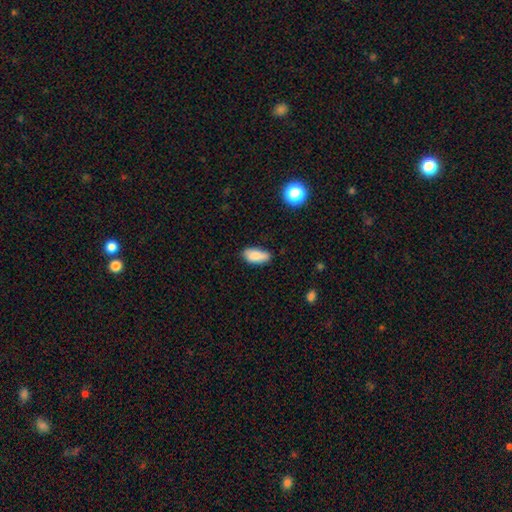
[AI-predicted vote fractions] smooth_or_featured: smooth (p=0.84) [alt: featured or disk p=0.08]
how_rounded: in between (p=0.88) [alt: cigar-shaped p=0.09]
merging: none (p=0.68) [alt: minor disturbance p=0.26]